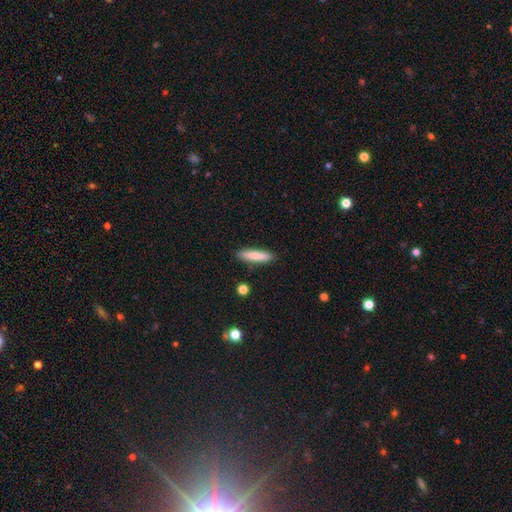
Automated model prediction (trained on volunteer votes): A smooth galaxy with no disk features (77%) that is cigar-shaped (81%).

Vote fractions:
- Smooth or featured? smooth: 77% / featured or disk: 17% / star or artifact: 6%
- How rounded? cigar-shaped: 81% / in between: 18% / round: 2%
- Merging? none: 89% / minor disturbance: 8% / major disturbance: 2% / merger: 2%